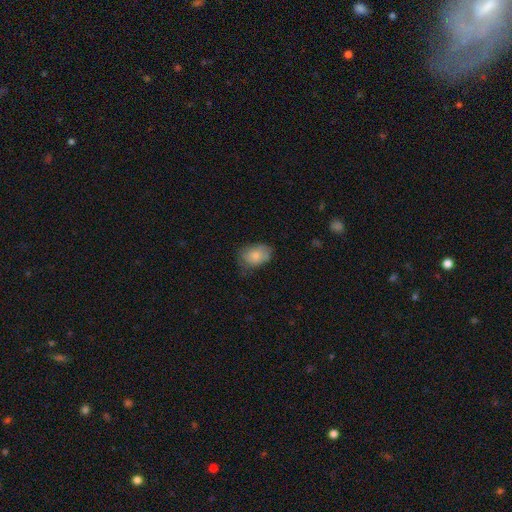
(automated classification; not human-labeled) Morphology: type=smooth (79%); roundness=in between (77%); merging=none (58%).